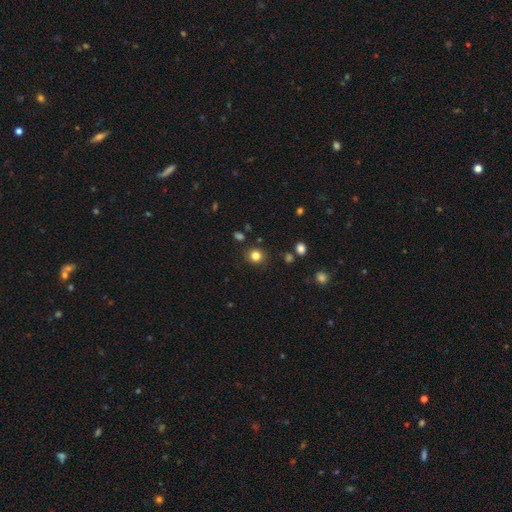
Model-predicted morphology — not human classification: smooth-or-featured: smooth: 82% | star or artifact: 13% | featured or disk: 5%
  how-rounded: round: 87% | in between: 12% | cigar-shaped: 1%
  merging: none: 87% | minor disturbance: 8% | major disturbance: 3% | merger: 2%